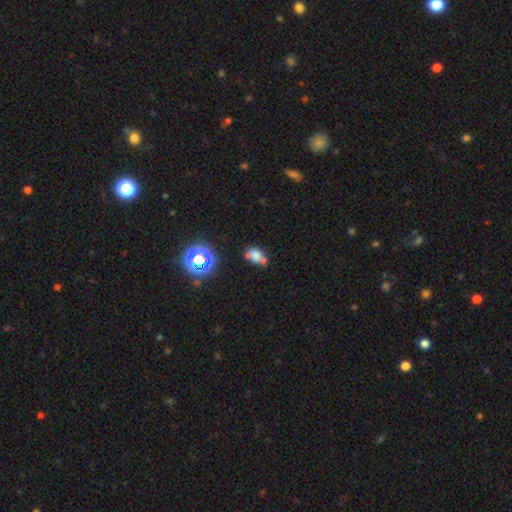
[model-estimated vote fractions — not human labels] A smooth galaxy with no disk features (62%) that is in between round and cigar-shaped (70%).

Vote fractions:
- Smooth or featured? smooth: 62% / star or artifact: 20% / featured or disk: 19%
- How rounded? in between: 70% / round: 28% / cigar-shaped: 2%
- Merging? none: 36% / merger: 28% / minor disturbance: 25% / major disturbance: 11%